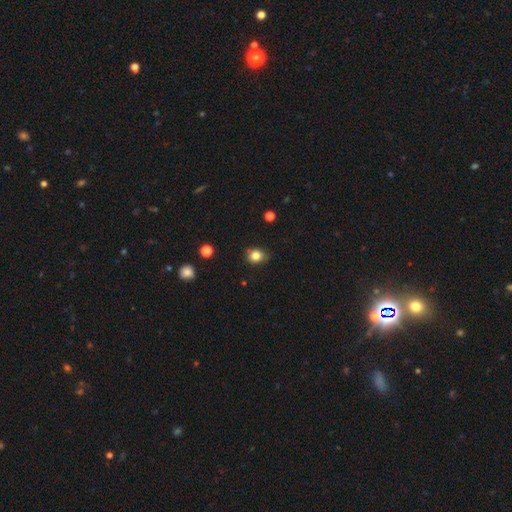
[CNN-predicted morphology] The model was most divided on "how rounded": round: 68%, in between: 31%, cigar-shaped: 1%. More confident: smooth or featured — smooth (83%); merging — none (78%).